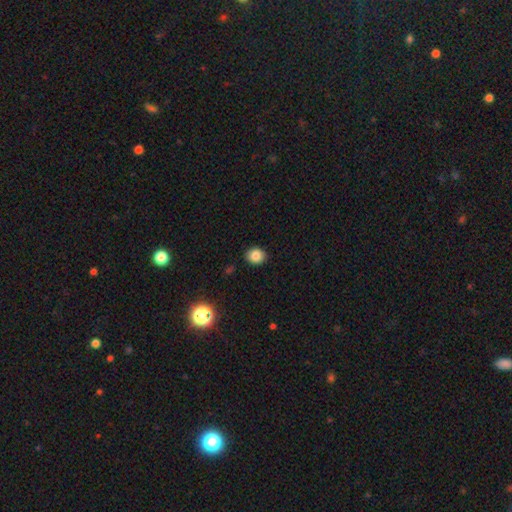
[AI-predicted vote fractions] Q: Smooth or featured?
A: smooth (83%); runner-up: star or artifact (11%)
Q: How rounded?
A: round (69%); runner-up: in between (30%)
Q: Merging?
A: none (89%); runner-up: minor disturbance (8%)